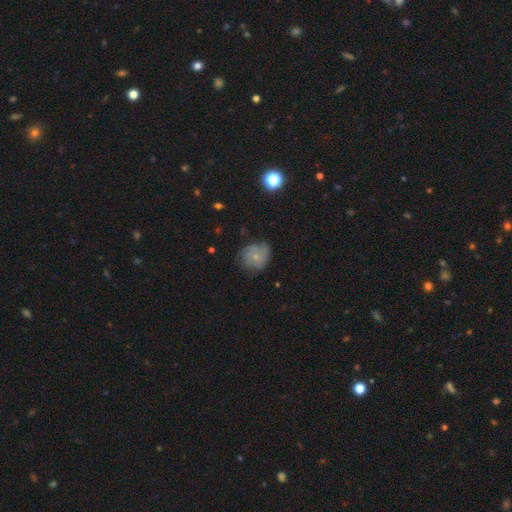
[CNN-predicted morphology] Smooth or featured? Predicted: featured or disk (p=0.50). Edge-on disk? Predicted: no (p=0.97). Merging? Predicted: none (p=0.60).